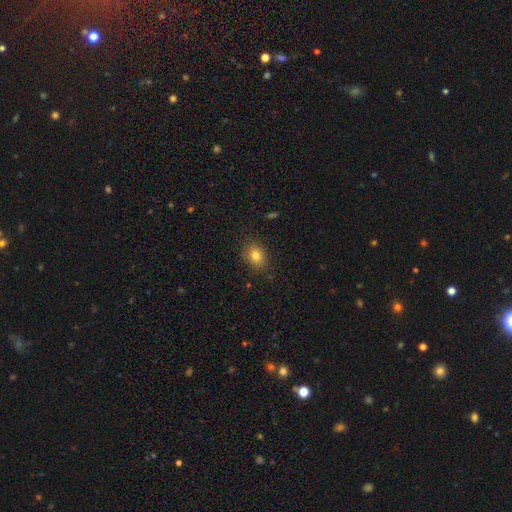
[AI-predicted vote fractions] This is clearly a smooth galaxy (81%). How rounded: possibly in between (53%). Merging: clearly none (82%).